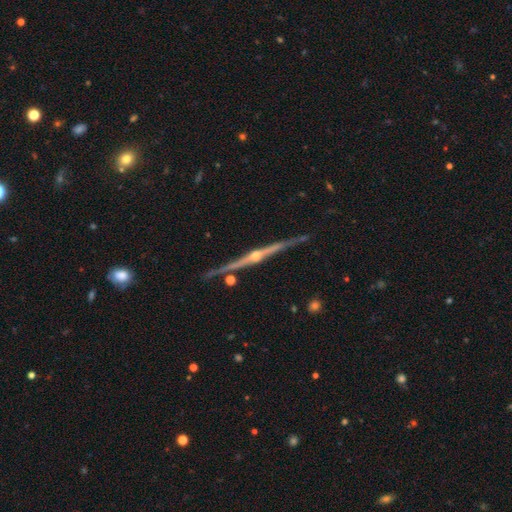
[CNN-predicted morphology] Smooth or featured? featured or disk (89%)
Edge-on disk? yes (98%)
Edge-on bulge? rounded (90%)
Merging? none (87%)